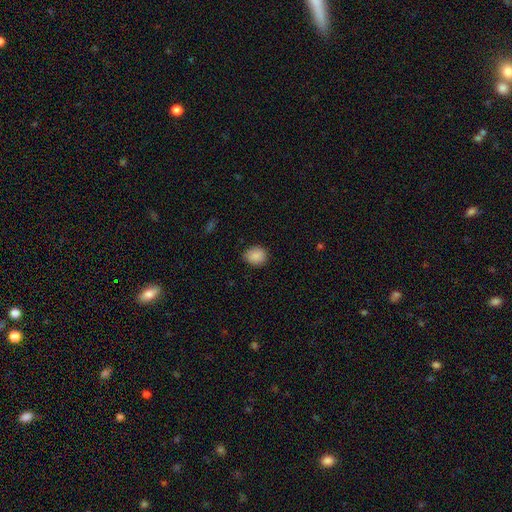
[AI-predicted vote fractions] Overall: smooth (89%). How rounded: round (56%; in between 43%). Merging: none (84%).